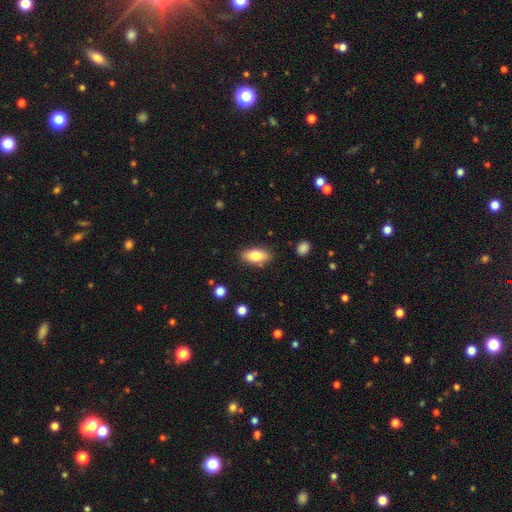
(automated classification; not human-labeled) A smooth galaxy with no disk features (79%) that is in between round and cigar-shaped (86%). Merging: none (84%).